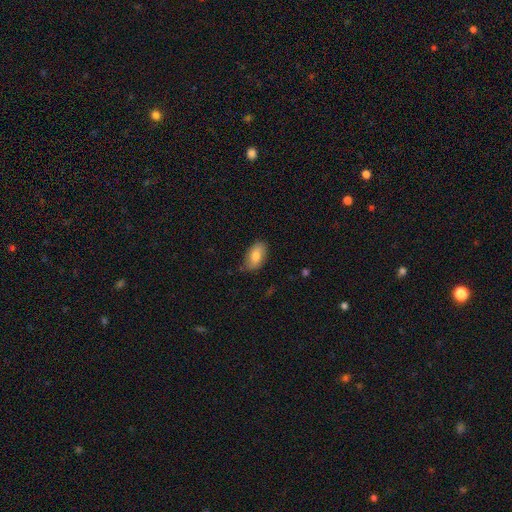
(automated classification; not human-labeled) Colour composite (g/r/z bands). It shows a smooth galaxy with no disk features (79%) that is in between round and cigar-shaped (93%). Merging: none (78%).